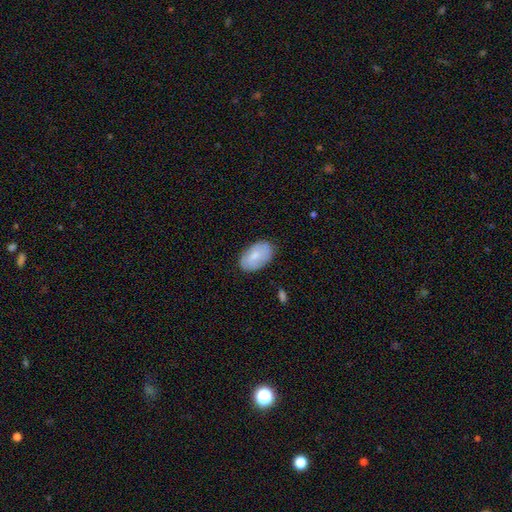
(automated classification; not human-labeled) Morphology: type=smooth (71%); roundness=in between (93%); merging=none (80%).